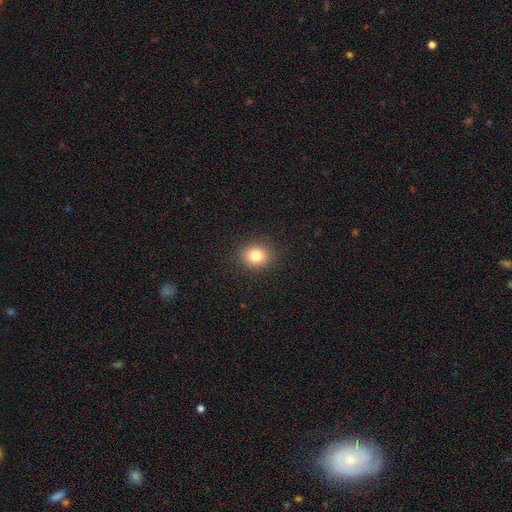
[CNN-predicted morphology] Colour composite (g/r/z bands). It shows a smooth galaxy with no disk features (81%) that is round (67%). Merging: none (90%).